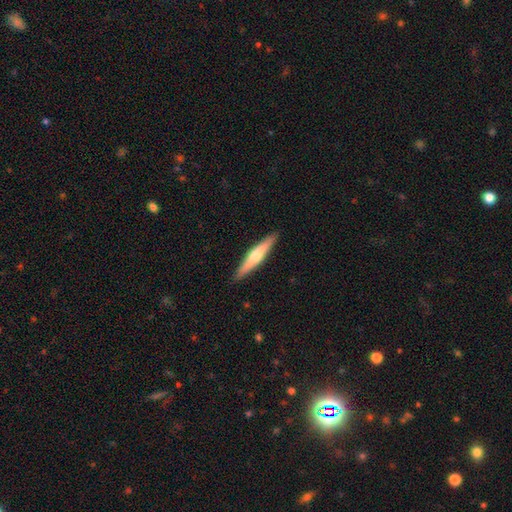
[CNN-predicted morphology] featured or disk 50%, smooth 45%, star or artifact 5%. Down the decision tree: merging — none (91%).